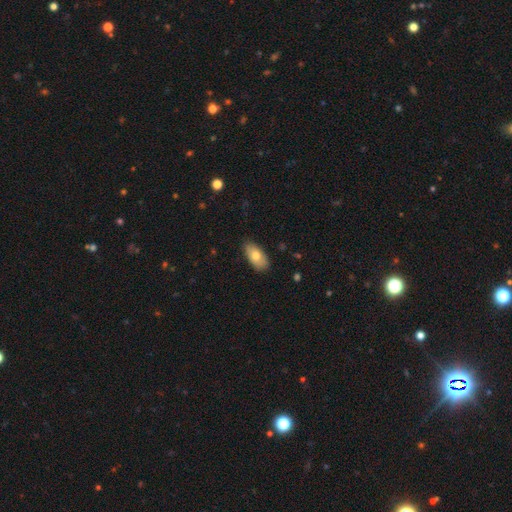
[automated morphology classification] The model was most divided on "smooth or featured": smooth: 73%, featured or disk: 20%, star or artifact: 6%. More confident: how rounded — in between (92%); merging — none (82%).